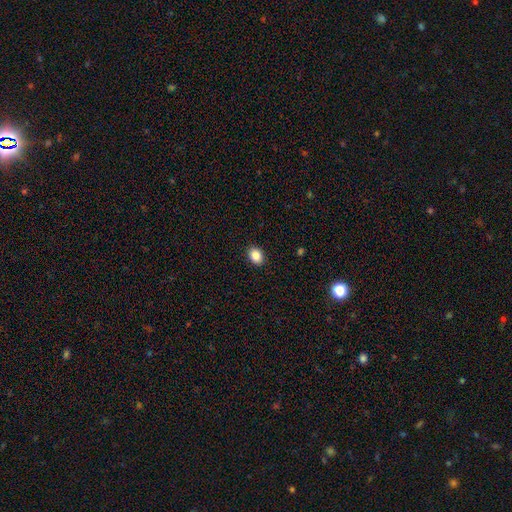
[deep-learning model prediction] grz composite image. It shows a smooth galaxy with no disk features (86%) that is in between round and cigar-shaped (63%). Merging: none (91%).